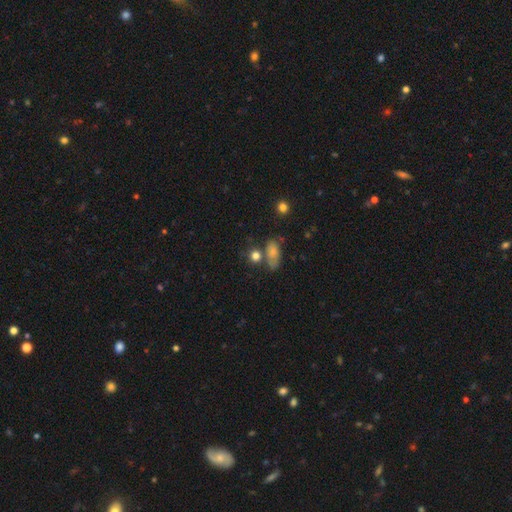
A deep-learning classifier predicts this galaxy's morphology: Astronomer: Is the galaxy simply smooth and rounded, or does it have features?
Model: smooth — 77%.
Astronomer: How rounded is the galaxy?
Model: round — 70%.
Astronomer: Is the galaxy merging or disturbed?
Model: none — 58%.